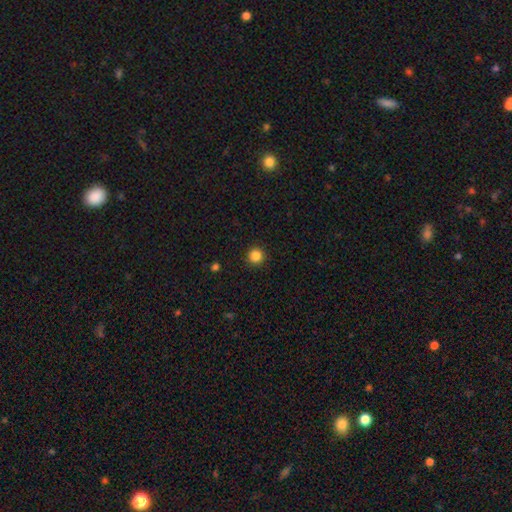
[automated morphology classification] This appears to be a smooth galaxy with no disk features (85%) that is round (96%). Merging: none (92%).